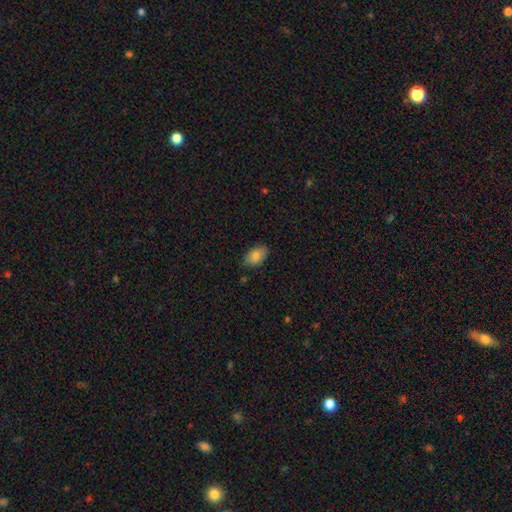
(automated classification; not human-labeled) Overall: smooth (79%). How rounded: in between (90%). Merging: none (81%).